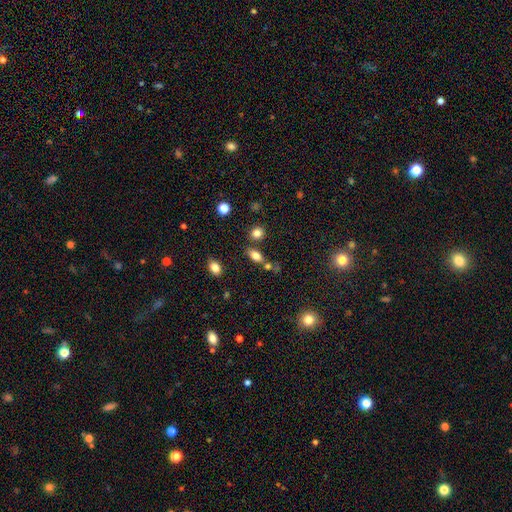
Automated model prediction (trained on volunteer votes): smooth-or-featured: smooth: 80% | star or artifact: 11% | featured or disk: 9%
  how-rounded: in between: 80% | round: 13% | cigar-shaped: 8%
  merging: none: 68% | merger: 15% | minor disturbance: 13% | major disturbance: 5%